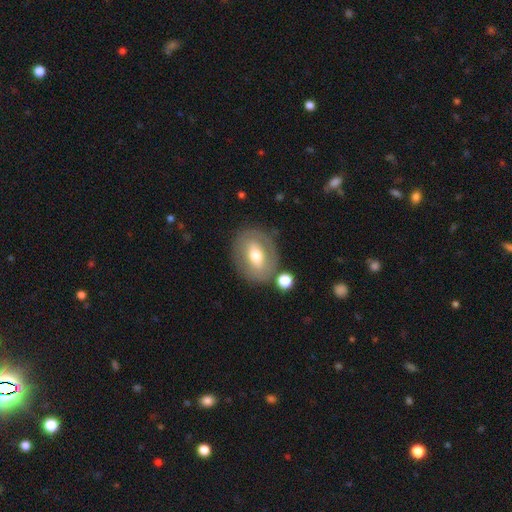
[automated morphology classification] type=featured or disk (48%); merging=none (74%).